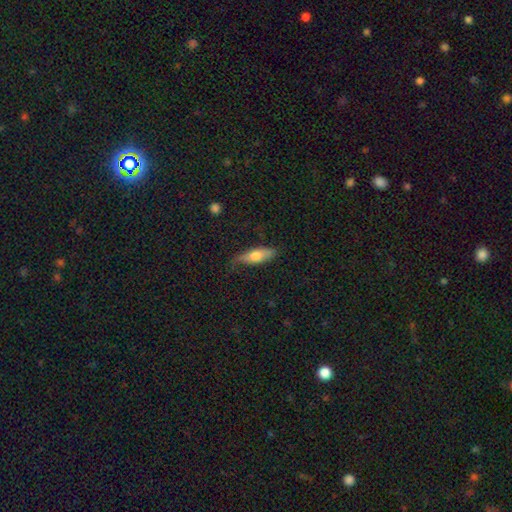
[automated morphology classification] Smooth or featured? smooth (67%)
How rounded? in between (53%)
Merging? none (67%)